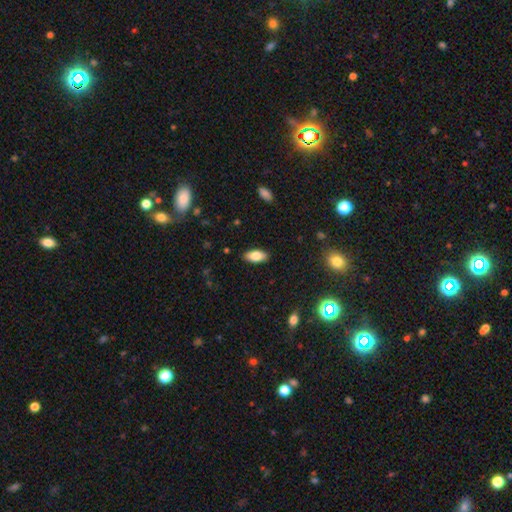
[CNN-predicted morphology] smooth_or_featured: smooth (p=0.80) [alt: featured or disk p=0.12]
how_rounded: in between (p=0.88) [alt: cigar-shaped p=0.10]
merging: none (p=0.88) [alt: minor disturbance p=0.09]